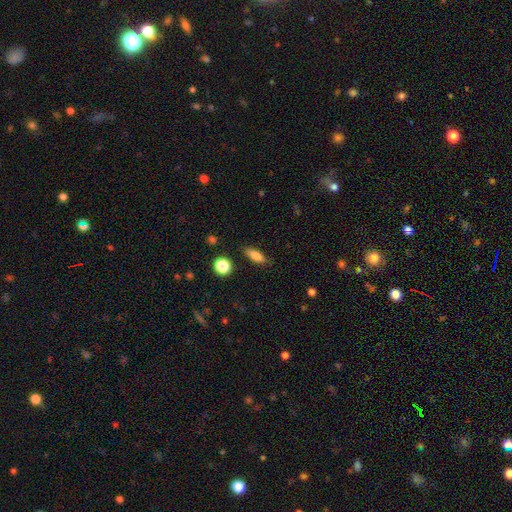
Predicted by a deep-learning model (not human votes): Overall: smooth (81%). How rounded: in between (66%; cigar-shaped 29%). Merging: none (84%).